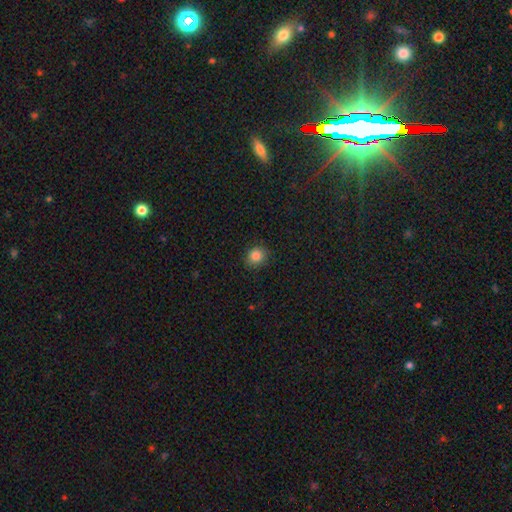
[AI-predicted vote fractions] A smooth galaxy with no disk features (85%) that is round (81%).

Vote fractions:
- Smooth or featured? smooth: 85% / star or artifact: 11% / featured or disk: 4%
- How rounded? round: 81% / in between: 18% / cigar-shaped: 1%
- Merging? none: 87% / minor disturbance: 10% / major disturbance: 2% / merger: 1%